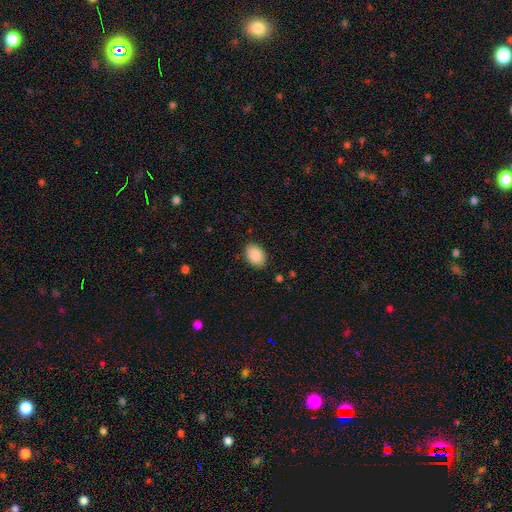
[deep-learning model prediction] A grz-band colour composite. It shows a smooth galaxy with no disk features (90%) that is in between round and cigar-shaped (85%). Merging: none (87%).